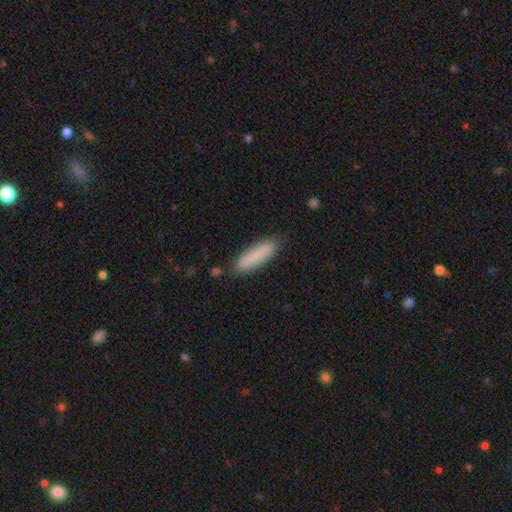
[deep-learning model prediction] Overall: smooth (86%). How rounded: cigar-shaped (69%; in between 30%). Merging: none (84%).